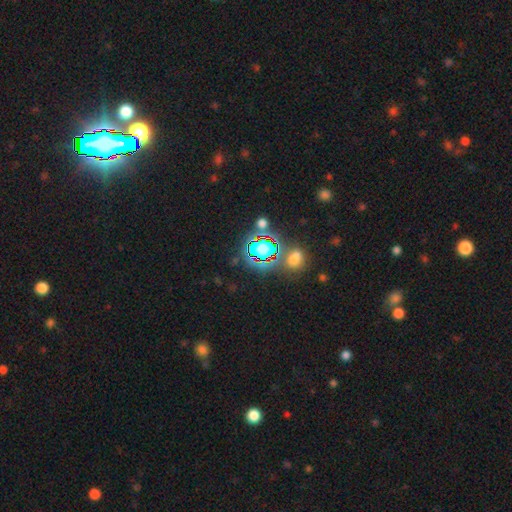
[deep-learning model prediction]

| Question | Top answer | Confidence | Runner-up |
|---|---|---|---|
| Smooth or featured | star or artifact | 80% | smooth (12%) |